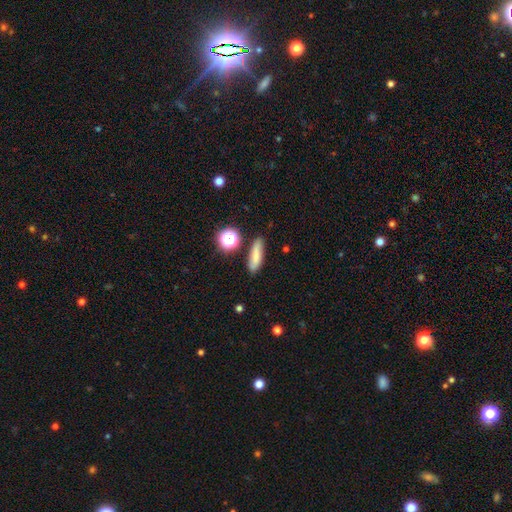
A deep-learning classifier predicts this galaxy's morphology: Smooth or featured?
  - smooth: 73% *
  - featured or disk: 15%
  - star or artifact: 12%
How rounded?
  - cigar-shaped: 56% *
  - in between: 34%
  - round: 10%
Merging?
  - none: 80% *
  - minor disturbance: 13%
  - merger: 4%
  - major disturbance: 3%